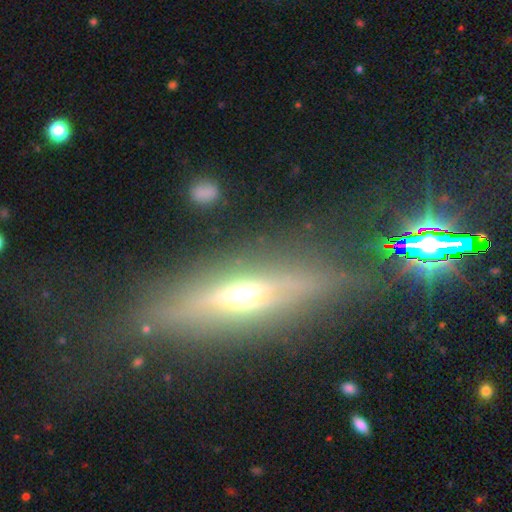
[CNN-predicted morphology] A featured or disk galaxy (59%) viewed edge-on (82%).

Vote fractions:
- Smooth or featured? featured or disk: 59% / smooth: 27% / star or artifact: 14%
- Edge-on disk? yes: 82% / no: 18%
- Merging? none: 72% / minor disturbance: 15% / major disturbance: 10% / merger: 3%